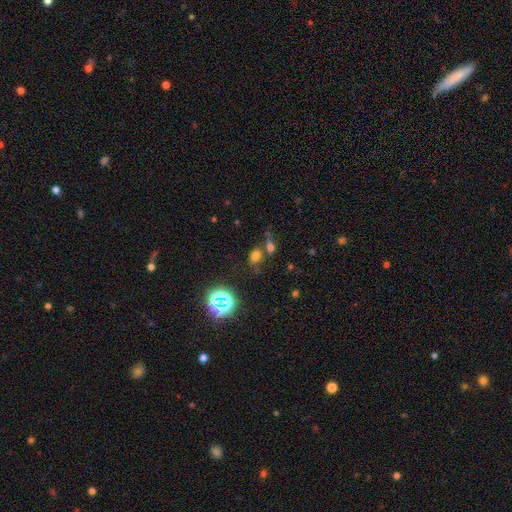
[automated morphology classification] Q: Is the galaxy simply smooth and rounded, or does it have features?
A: smooth — 60%.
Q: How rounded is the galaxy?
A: in between — 53%.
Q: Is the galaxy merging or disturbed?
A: none — 51%.